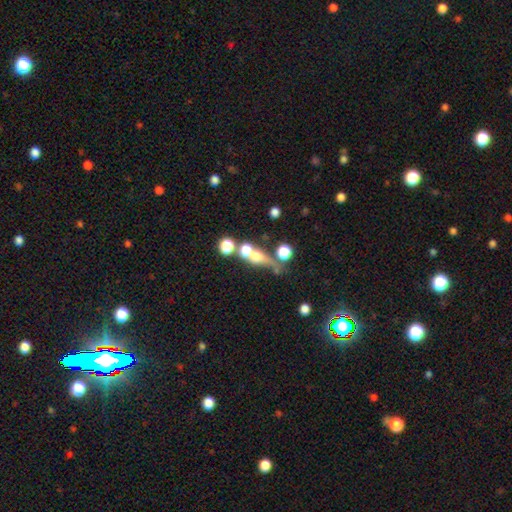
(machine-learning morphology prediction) A smooth galaxy with no disk features (54%) that is round (51%). Merging: merger (48%).